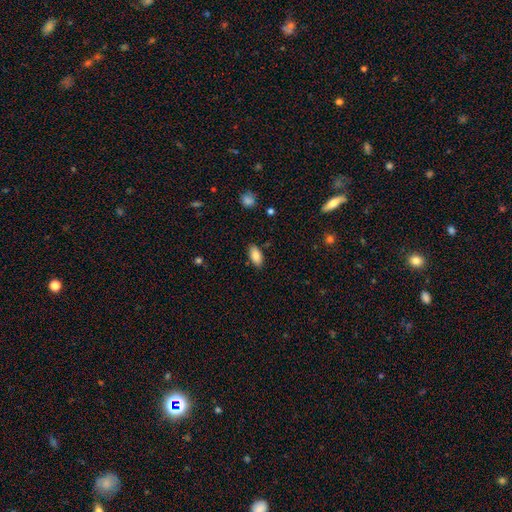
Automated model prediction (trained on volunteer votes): Morphology: type=smooth (85%); roundness=in between (90%); merging=none (86%).